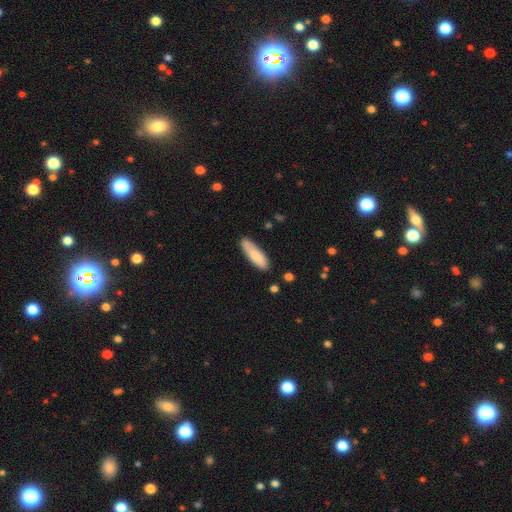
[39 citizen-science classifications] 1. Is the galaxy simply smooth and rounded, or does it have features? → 77% smooth, 21% featured or disk, 3% star or artifact.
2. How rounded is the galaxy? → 63% cigar-shaped, 37% in between, 0% round.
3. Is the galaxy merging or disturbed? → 74% none, 16% minor disturbance, 8% major disturbance, 3% merger.